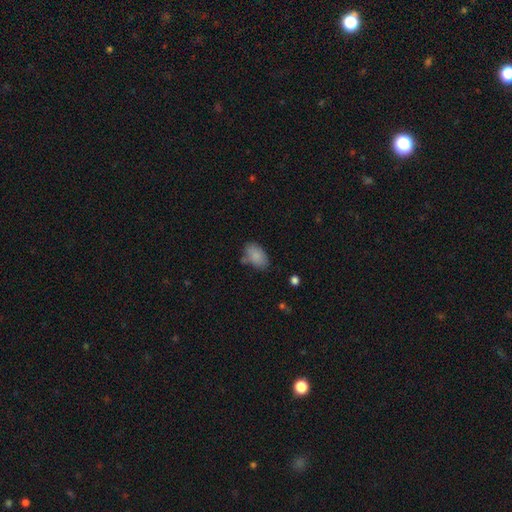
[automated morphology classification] Smooth or featured? Predicted: smooth (p=0.85). How rounded? Predicted: in between (p=0.91). Merging? Predicted: none (p=0.63).